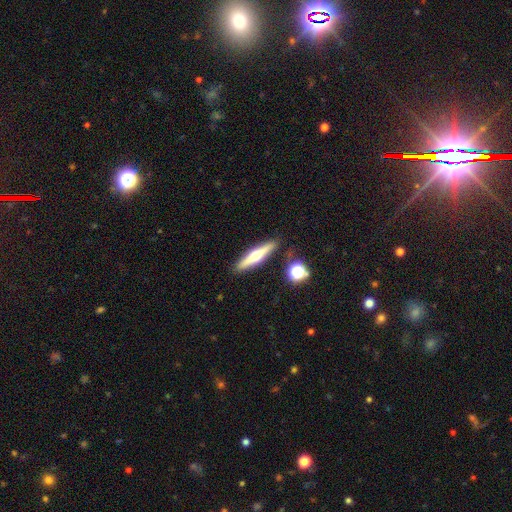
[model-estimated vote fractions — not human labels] A featured or disk galaxy (62%) viewed edge-on (96%) with a rounded central bulge (93%). Merging: none (88%).